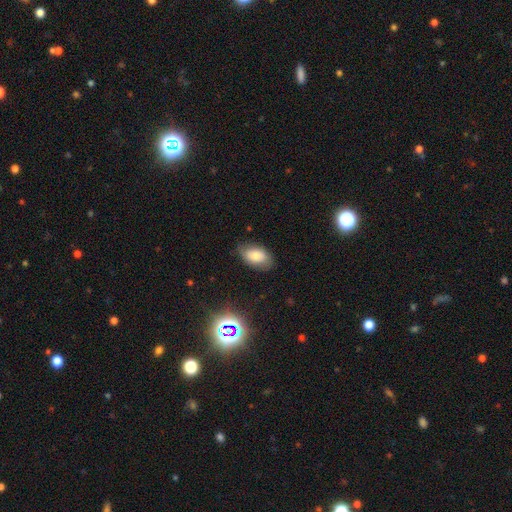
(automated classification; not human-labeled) Smooth or featured? Predicted: smooth (p=0.74). How rounded? Predicted: in between (p=0.92). Merging? Predicted: none (p=0.76).